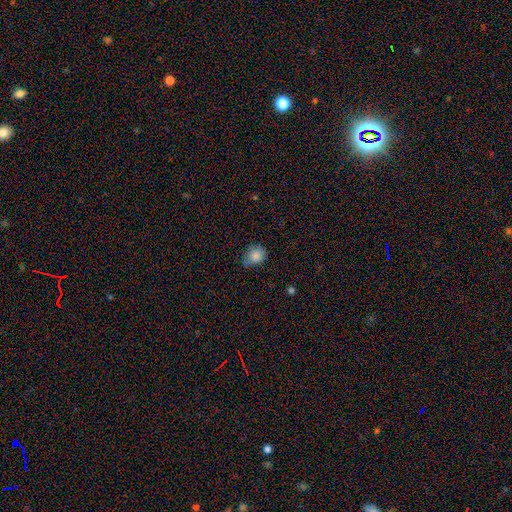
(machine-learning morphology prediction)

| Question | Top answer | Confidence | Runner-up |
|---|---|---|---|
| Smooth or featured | smooth | 84% | star or artifact (9%) |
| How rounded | round | 57% | in between (42%) |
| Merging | none | 50% | minor disturbance (39%) |